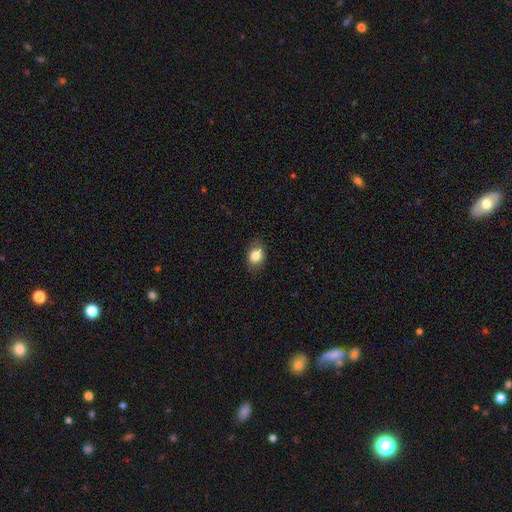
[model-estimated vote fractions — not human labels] smooth_or_featured: smooth (p=0.82) [alt: featured or disk p=0.09]
how_rounded: in between (p=0.73) [alt: round p=0.25]
merging: none (p=0.81) [alt: minor disturbance p=0.15]